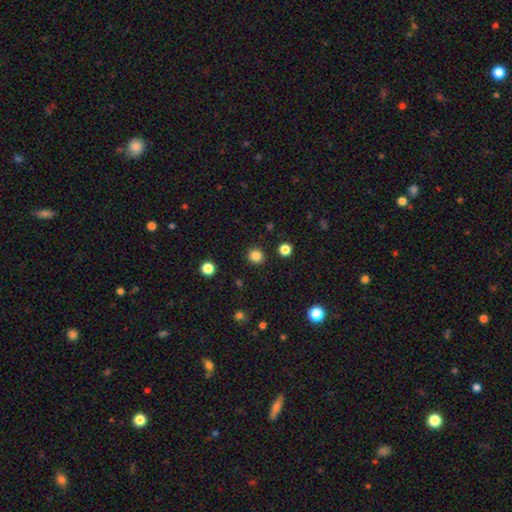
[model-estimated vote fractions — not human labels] Smooth or featured? smooth (84%)
How rounded? round (92%)
Merging? none (92%)